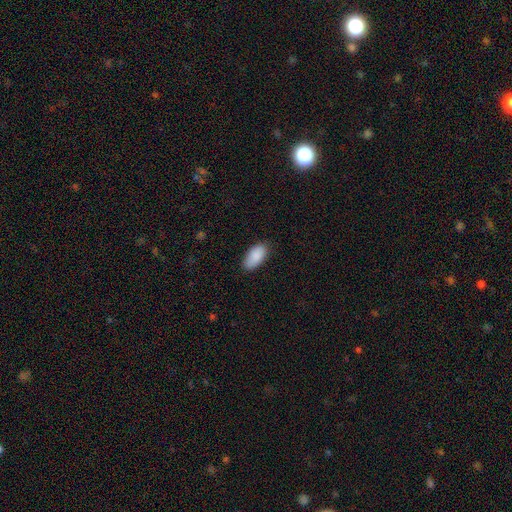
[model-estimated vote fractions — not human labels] Smooth or featured: smooth — 89% (star or artifact — 6%)
How rounded: in between — 94% (cigar-shaped — 4%)
Merging: none — 82% (minor disturbance — 14%)